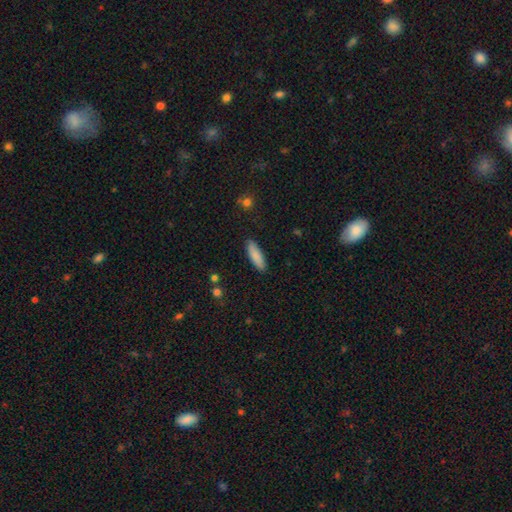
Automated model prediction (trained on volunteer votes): The model was most divided on "how rounded": cigar-shaped: 57%, in between: 41%, round: 2%. More confident: merging — none (89%); smooth or featured — smooth (87%).